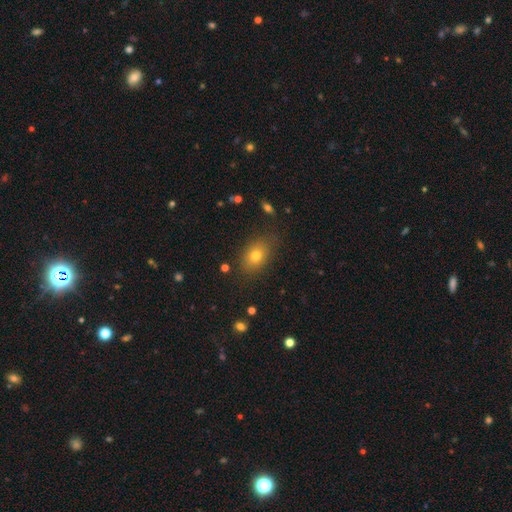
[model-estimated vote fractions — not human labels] Smooth or featured? smooth (76%)
How rounded? in between (75%)
Merging? none (81%)